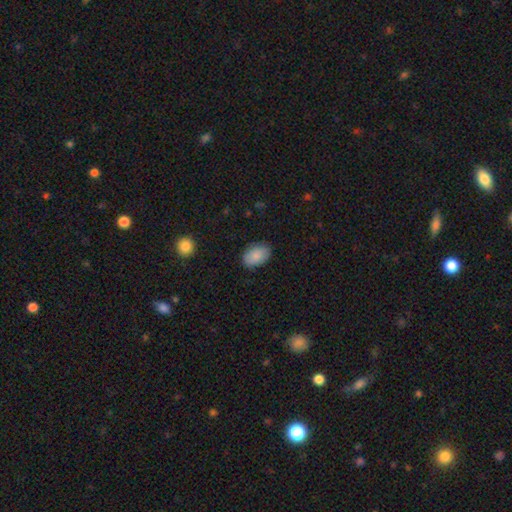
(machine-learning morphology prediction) Overall: smooth (87%). How rounded: in between (91%). Merging: none (85%).